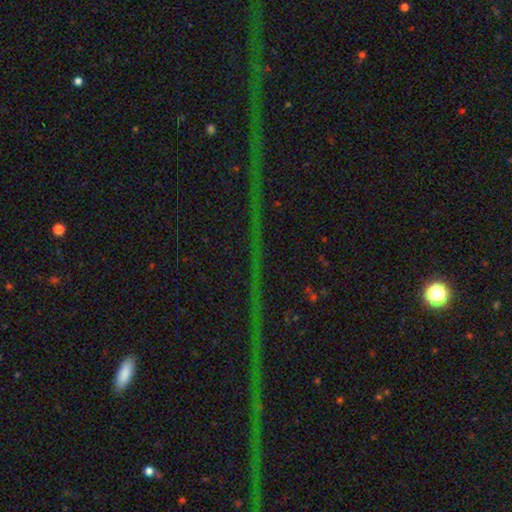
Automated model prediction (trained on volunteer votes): This is likely a star or artifact rather than a galaxy (76%).